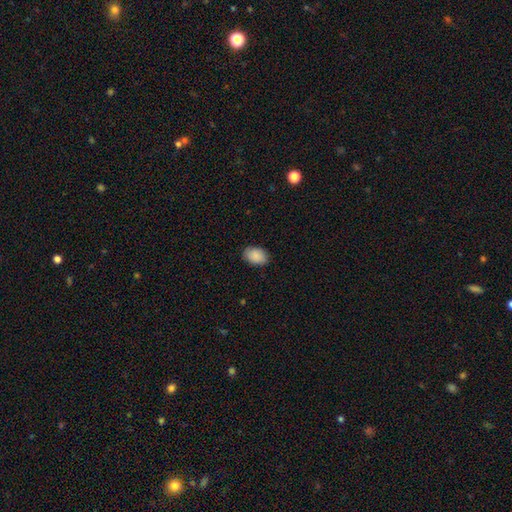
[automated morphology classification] Smooth or featured: smooth — 90% (star or artifact — 6%)
How rounded: in between — 82% (round — 17%)
Merging: none — 86% (minor disturbance — 11%)